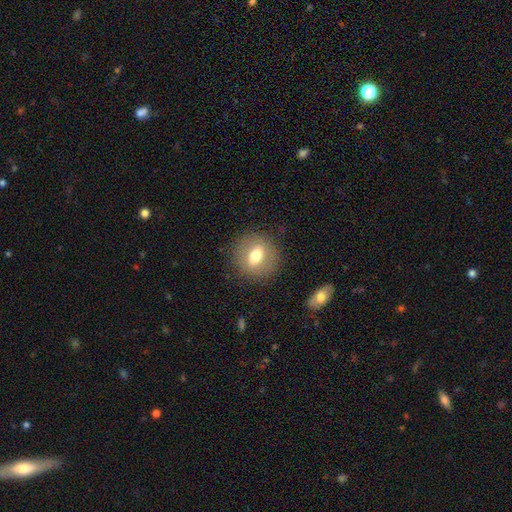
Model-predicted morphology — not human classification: smooth-or-featured: smooth: 63% | featured or disk: 28% | star or artifact: 9%
  how-rounded: round: 70% | in between: 28% | cigar-shaped: 2%
  merging: none: 85% | minor disturbance: 10% | major disturbance: 4% | merger: 1%